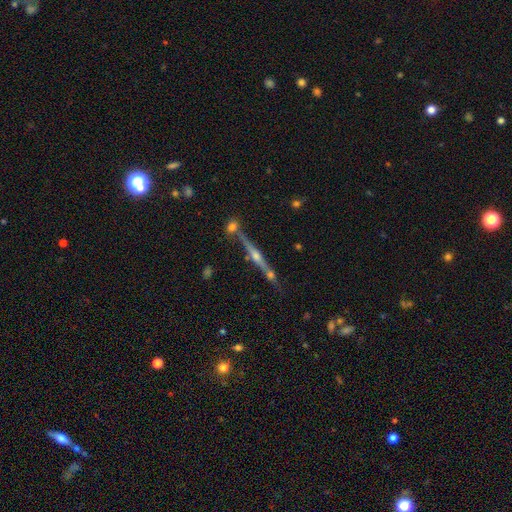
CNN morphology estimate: Smooth or featured? Predicted: featured or disk (p=0.77). Edge-on disk? Predicted: yes (p=0.95). Edge-on bulge? Predicted: rounded (p=0.91). Merging? Predicted: none (p=0.73).